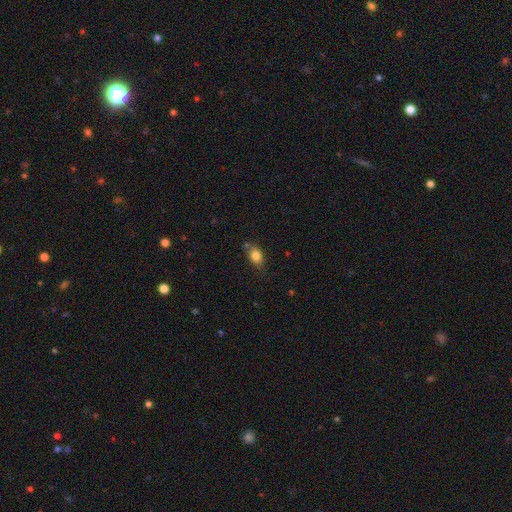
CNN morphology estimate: Overall: smooth (82%). How rounded: in between (77%). Merging: none (72%).